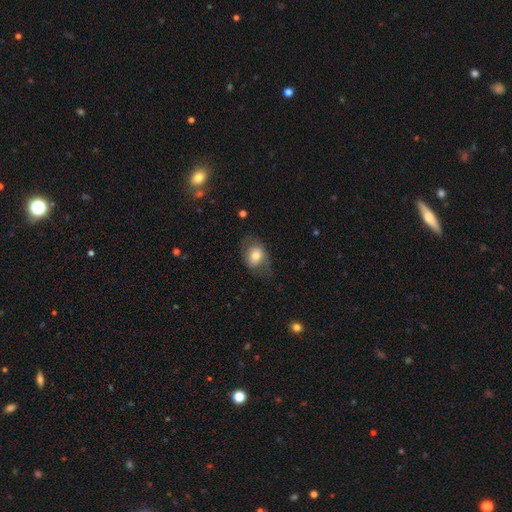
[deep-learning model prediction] Smooth or featured? Predicted: smooth (p=0.67). How rounded? Predicted: in between (p=0.60). Merging? Predicted: none (p=0.63).